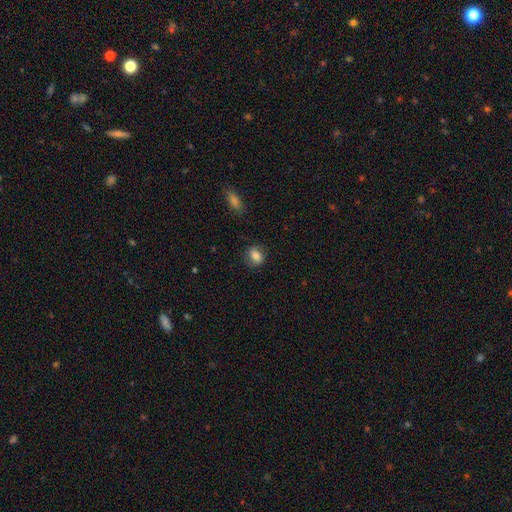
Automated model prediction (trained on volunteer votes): smooth 83%, star or artifact 9%, featured or disk 8%. Down the decision tree: how rounded — in between (63%); merging — none (78%).